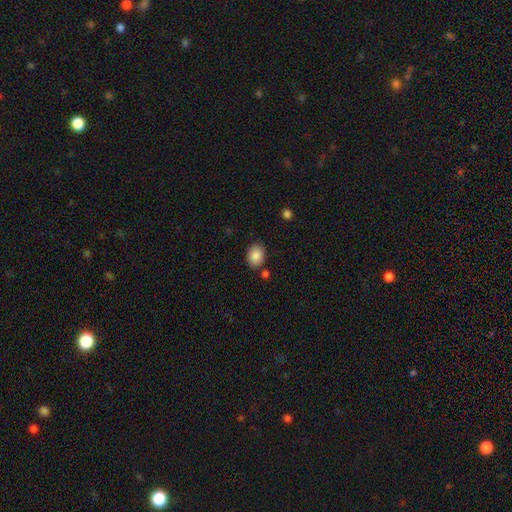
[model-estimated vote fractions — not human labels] This appears to be a smooth galaxy with no disk features (88%) that is in between round and cigar-shaped (65%). Merging: none (81%).